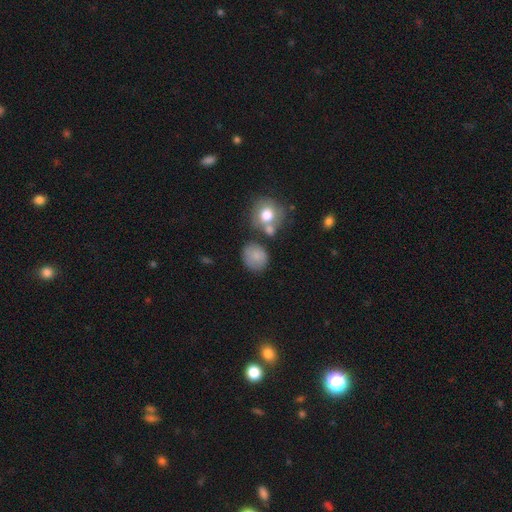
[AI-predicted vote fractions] Q: Smooth or featured?
A: smooth (78%); runner-up: featured or disk (13%)
Q: How rounded?
A: round (73%); runner-up: in between (26%)
Q: Merging?
A: none (66%); runner-up: minor disturbance (17%)